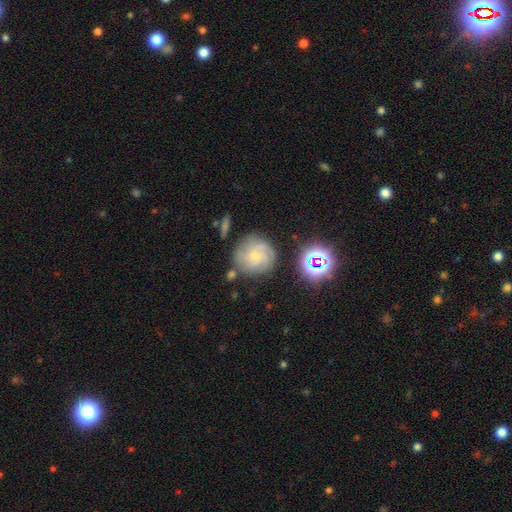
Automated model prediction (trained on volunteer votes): Morphology: type=featured or disk (61%); edge-on=no (97%); bar=no (68%); spiral arms=yes (91%); winding=tight (61%); arm count=can't tell (34%); bulge=small (72%); merging=none (73%).